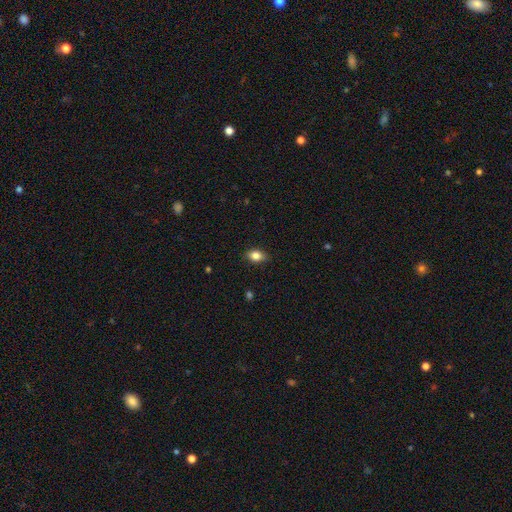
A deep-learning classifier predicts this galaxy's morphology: Smooth or featured?
  - smooth: 84% *
  - star or artifact: 9%
  - featured or disk: 7%
How rounded?
  - in between: 81% *
  - round: 17%
  - cigar-shaped: 2%
Merging?
  - none: 86% *
  - minor disturbance: 11%
  - major disturbance: 2%
  - merger: 1%